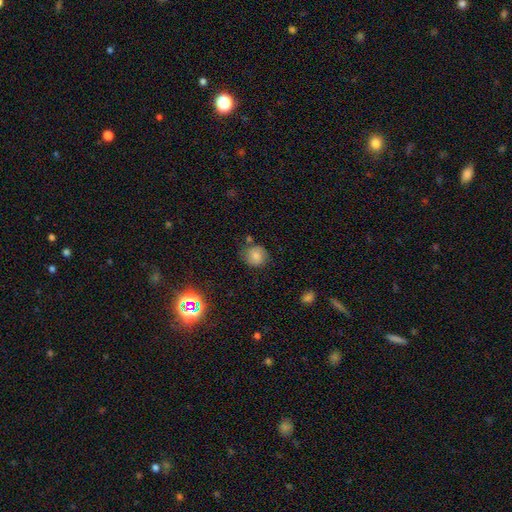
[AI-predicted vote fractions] Q: Smooth or featured?
A: smooth (77%); runner-up: star or artifact (13%)
Q: How rounded?
A: round (85%); runner-up: in between (14%)
Q: Merging?
A: none (72%); runner-up: minor disturbance (17%)